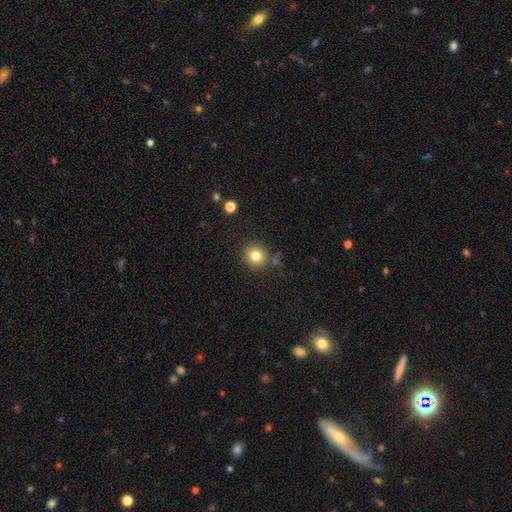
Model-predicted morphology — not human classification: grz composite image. It shows a smooth galaxy with no disk features (81%) that is round (91%). Merging: none (83%).